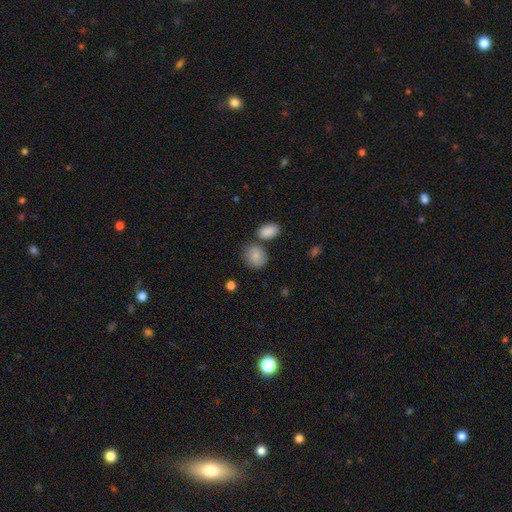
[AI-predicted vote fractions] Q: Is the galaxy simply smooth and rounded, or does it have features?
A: smooth — 87%.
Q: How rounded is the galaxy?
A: round — 58%.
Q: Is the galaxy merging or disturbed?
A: none — 65%.